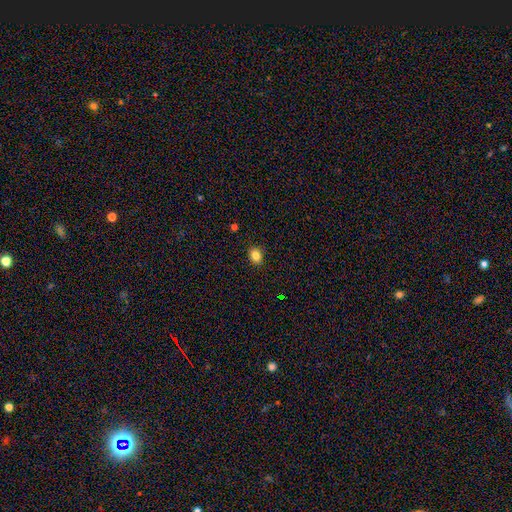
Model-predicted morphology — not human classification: Overall: smooth (83%). How rounded: in between (50%; round 49%). Merging: none (90%).